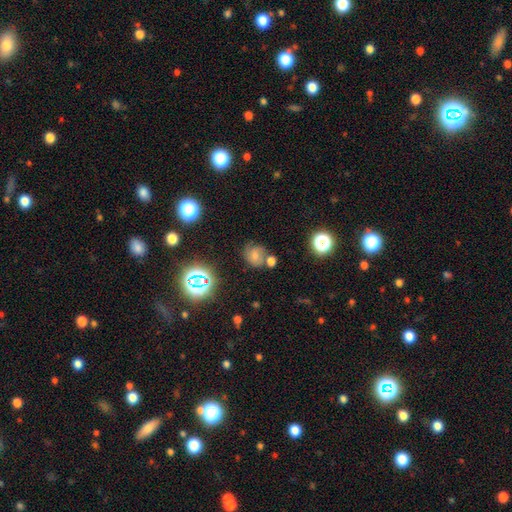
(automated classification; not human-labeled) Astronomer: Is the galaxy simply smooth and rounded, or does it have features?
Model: smooth — 53%.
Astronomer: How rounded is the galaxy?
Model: round — 73%.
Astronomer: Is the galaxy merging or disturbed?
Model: none — 59%.